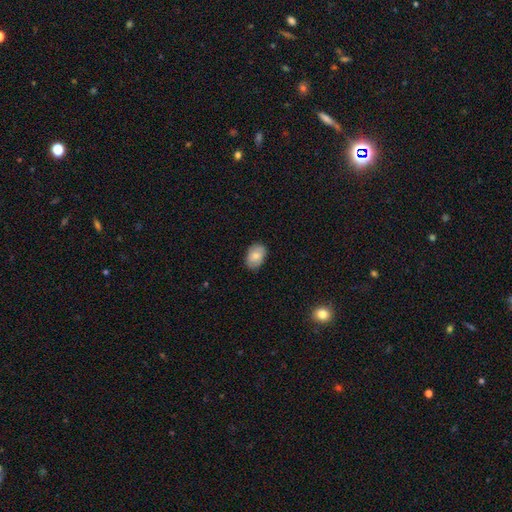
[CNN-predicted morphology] Smooth or featured: smooth — 78% (featured or disk — 15%)
How rounded: in between — 83% (round — 16%)
Merging: none — 81% (minor disturbance — 16%)